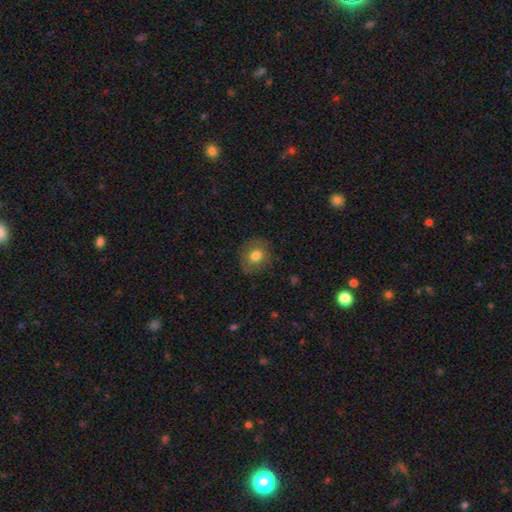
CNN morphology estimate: A smooth galaxy with no disk features (77%) that is round (78%). Merging: none (83%).